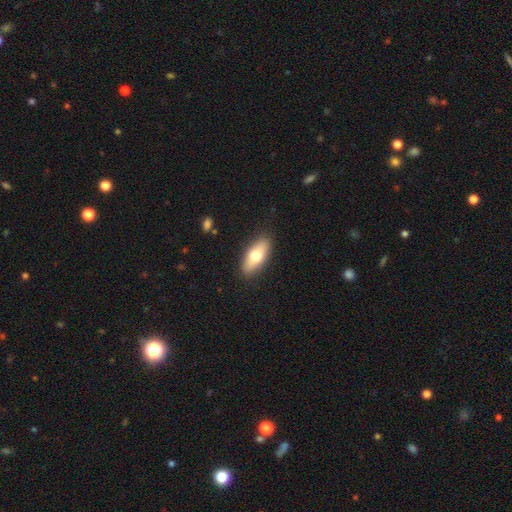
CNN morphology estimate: smooth 69%, featured or disk 25%, star or artifact 6%. Down the decision tree: how rounded — in between (79%); merging — none (88%).